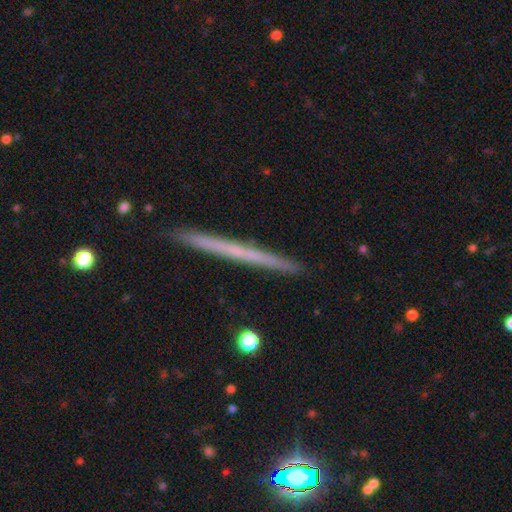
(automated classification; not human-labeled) Morphology: type=featured or disk (52%); edge-on=yes (97%); edge-on bulge=none (90%); merging=none (90%).